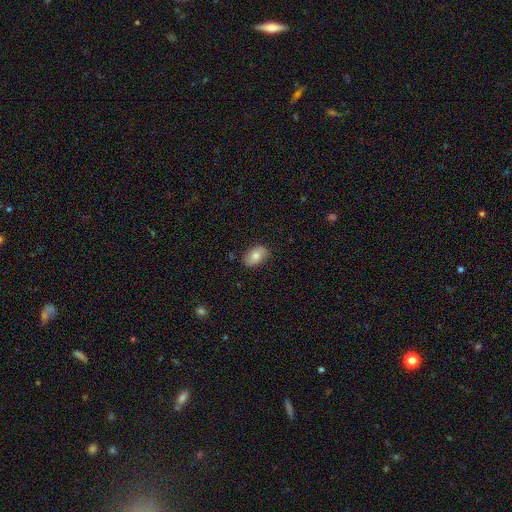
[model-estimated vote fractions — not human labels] A smooth galaxy with no disk features (80%) that is in between round and cigar-shaped (92%).

Vote fractions:
- Smooth or featured? smooth: 80% / featured or disk: 13% / star or artifact: 7%
- How rounded? in between: 92% / round: 6% / cigar-shaped: 1%
- Merging? none: 85% / minor disturbance: 11% / major disturbance: 2% / merger: 1%